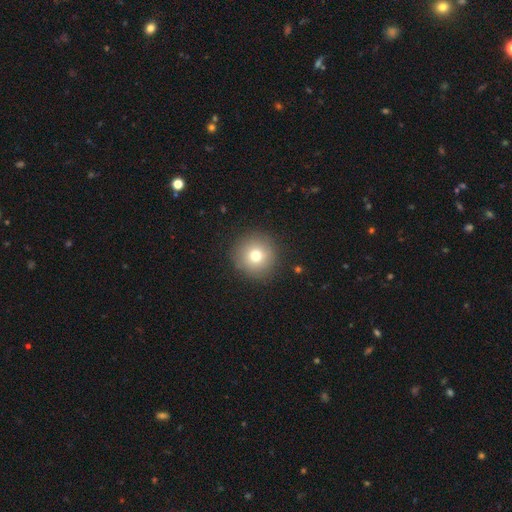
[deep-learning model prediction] This appears to be a smooth galaxy with no disk features (76%) that is round (95%). Merging: none (90%).